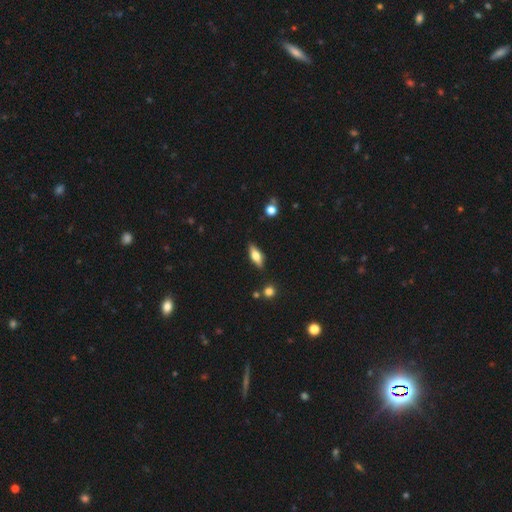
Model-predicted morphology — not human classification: smooth 60%, featured or disk 33%, star or artifact 7%. Down the decision tree: how rounded — in between (69%); merging — none (85%).